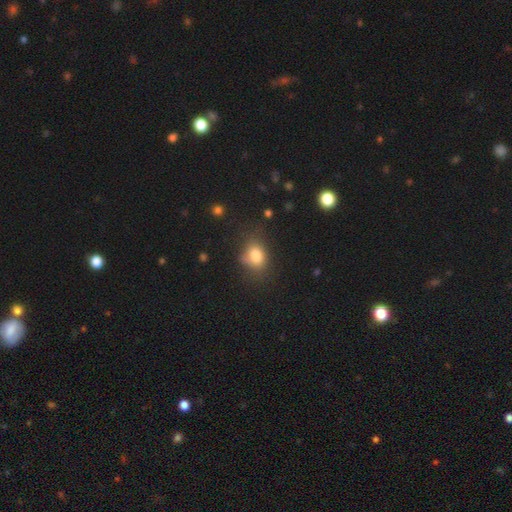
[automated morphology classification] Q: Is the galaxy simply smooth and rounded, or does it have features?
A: smooth — 79%.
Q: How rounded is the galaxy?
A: in between — 61%.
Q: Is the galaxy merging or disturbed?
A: none — 57%.